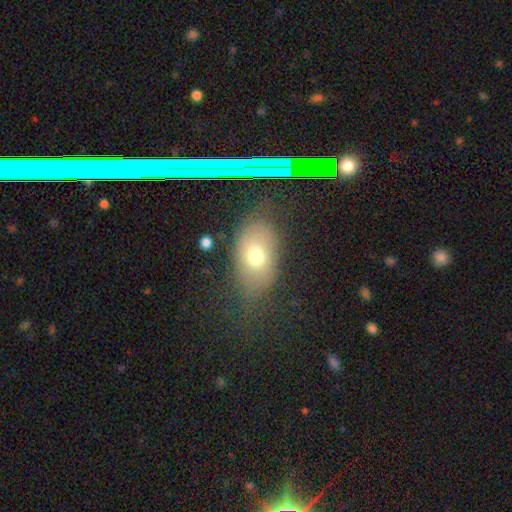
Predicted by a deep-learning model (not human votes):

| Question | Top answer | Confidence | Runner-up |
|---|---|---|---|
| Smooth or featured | smooth | 68% | featured or disk (18%) |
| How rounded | in between | 84% | round (13%) |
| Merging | none | 68% | minor disturbance (19%) |